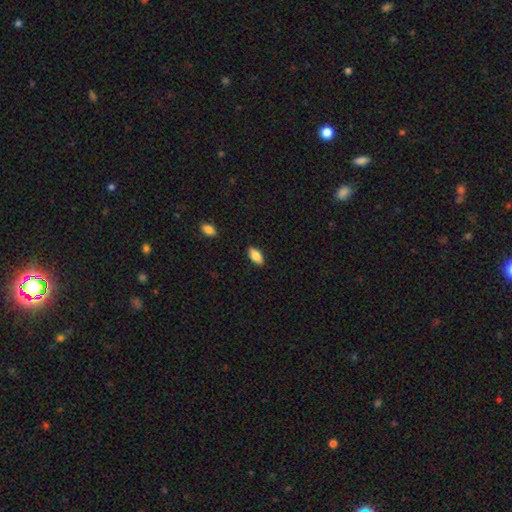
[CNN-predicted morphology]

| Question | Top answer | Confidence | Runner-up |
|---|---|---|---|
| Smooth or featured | smooth | 82% | featured or disk (12%) |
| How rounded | in between | 88% | cigar-shaped (10%) |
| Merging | none | 88% | minor disturbance (9%) |